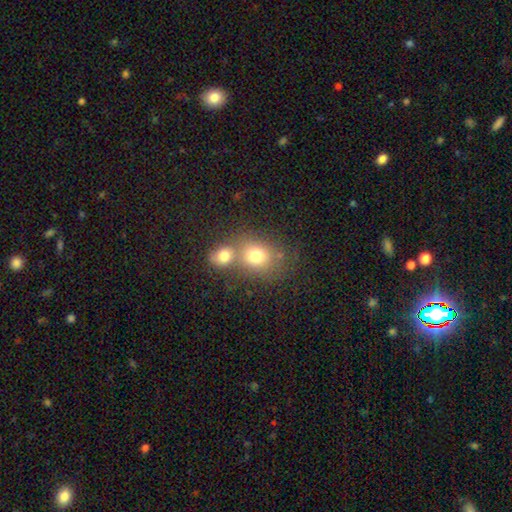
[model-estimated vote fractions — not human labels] smooth-or-featured: smooth: 74% | featured or disk: 13% | star or artifact: 12%
  how-rounded: round: 64% | in between: 35% | cigar-shaped: 1%
  merging: merger: 47% | none: 39% | minor disturbance: 9% | major disturbance: 5%